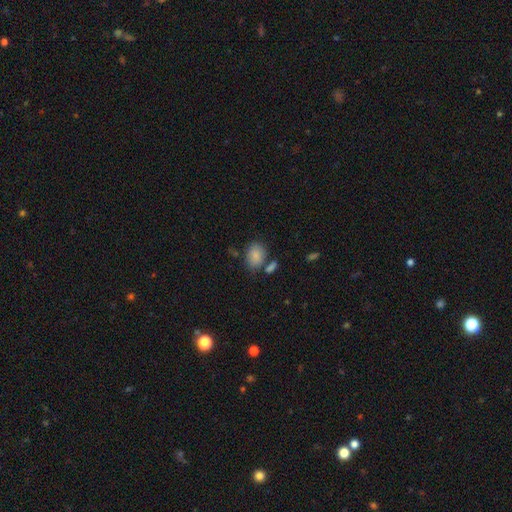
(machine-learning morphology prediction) smooth 85%, star or artifact 8%, featured or disk 7%. Down the decision tree: how rounded — in between (74%); merging — none (64%).